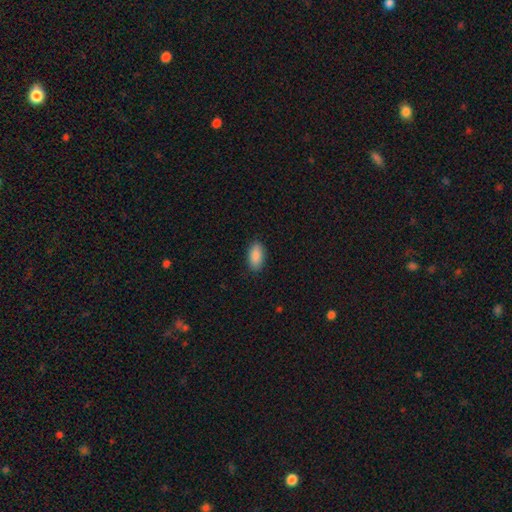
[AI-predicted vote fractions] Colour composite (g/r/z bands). It shows a smooth galaxy with no disk features (90%) that is in between round and cigar-shaped (93%). Merging: none (88%).